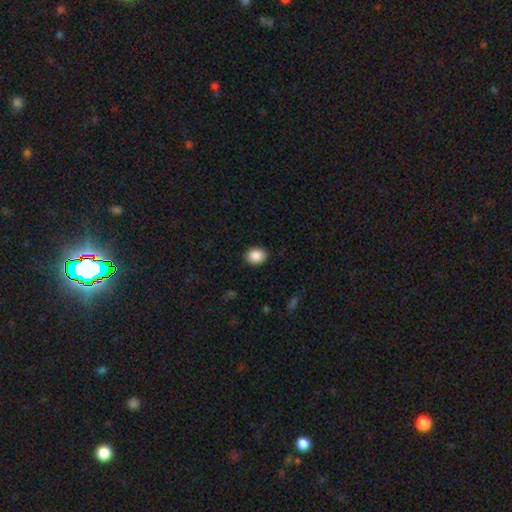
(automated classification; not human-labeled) The model was most divided on "how rounded": round: 53%, in between: 46%, cigar-shaped: 1%. More confident: merging — none (90%); smooth or featured — smooth (88%).